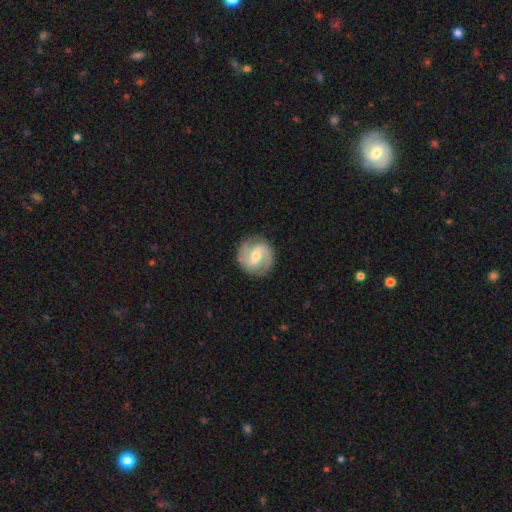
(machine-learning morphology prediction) smooth-or-featured: featured or disk: 81% | smooth: 14% | star or artifact: 5%
  disk-edge-on: no: 98% | yes: 2%
    bar: weak: 50% | no: 30% | strong: 20%
    has-spiral-arms: yes: 94% | no: 6%
      spiral-winding: medium: 51% | tight: 32% | loose: 17%
      spiral-arm-count: 2: 89% | can't tell: 4% | 3: 2% | 1: 2% | 4: 1% | more than 4: 1%
    bulge-size: moderate: 60% | small: 35% | large: 3% | none: 1% | dominant: 1%
  merging: none: 86% | minor disturbance: 10% | major disturbance: 3% | merger: 1%